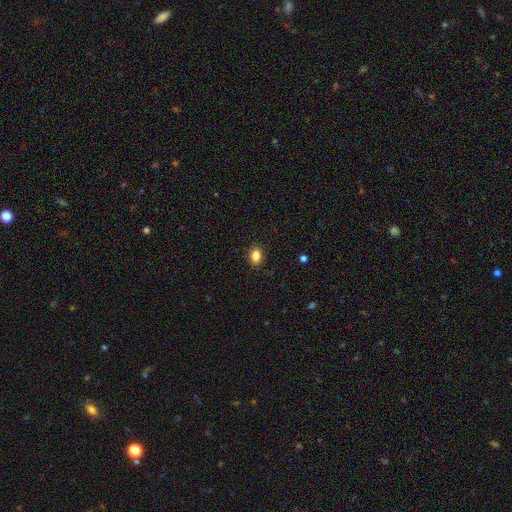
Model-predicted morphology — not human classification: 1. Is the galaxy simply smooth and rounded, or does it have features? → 85% smooth, 10% star or artifact, 5% featured or disk.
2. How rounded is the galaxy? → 72% in between, 27% round, 1% cigar-shaped.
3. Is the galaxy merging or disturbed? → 89% none, 8% minor disturbance, 2% major disturbance, 1% merger.